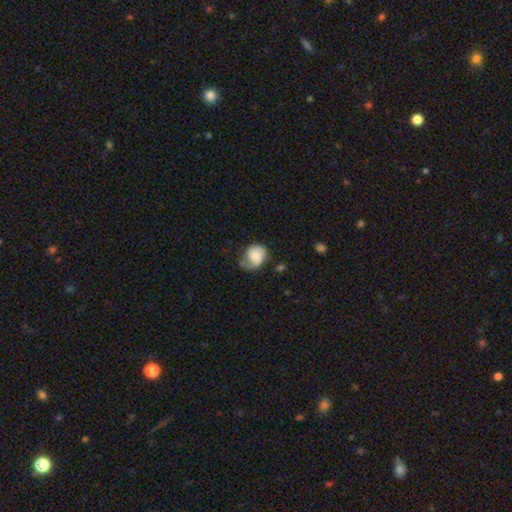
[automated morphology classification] smooth_or_featured: smooth (p=0.48) [alt: featured or disk p=0.44]
merging: none (p=0.46) [alt: minor disturbance p=0.34]